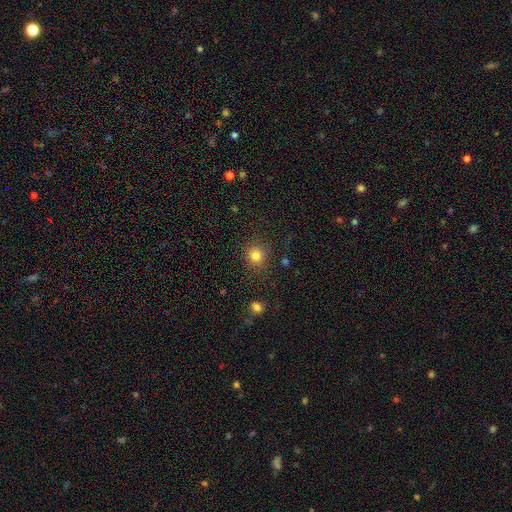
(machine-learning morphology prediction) Smooth or featured? Predicted: smooth (p=0.81). How rounded? Predicted: round (p=0.89). Merging? Predicted: none (p=0.85).